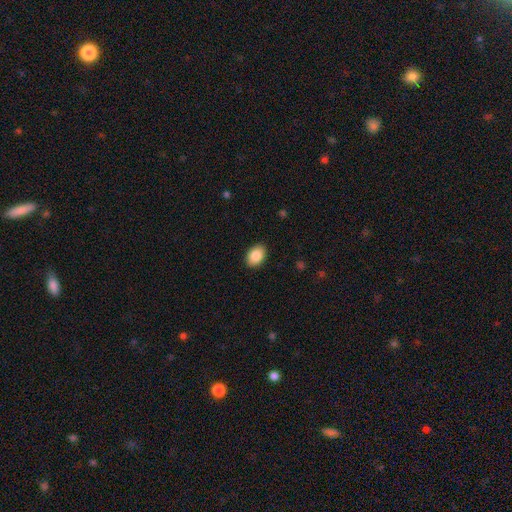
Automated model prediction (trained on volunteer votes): Q: Smooth or featured?
A: smooth (88%); runner-up: star or artifact (7%)
Q: How rounded?
A: in between (83%); runner-up: round (16%)
Q: Merging?
A: none (89%); runner-up: minor disturbance (8%)